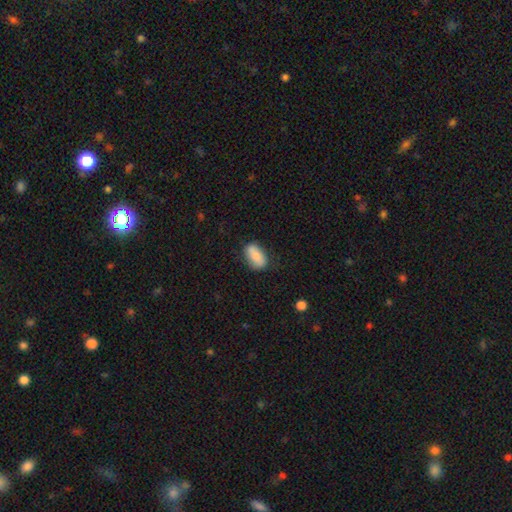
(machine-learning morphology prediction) Smooth or featured: smooth — 79% (featured or disk — 14%)
How rounded: in between — 89% (round — 6%)
Merging: none — 76% (minor disturbance — 18%)